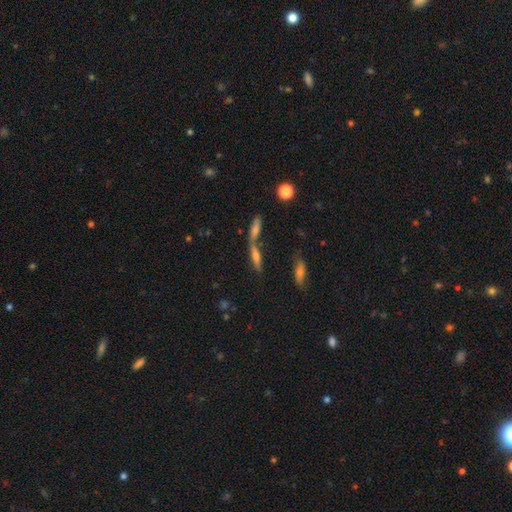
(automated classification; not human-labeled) Morphology: type=featured or disk (43%); merging=merger (44%).